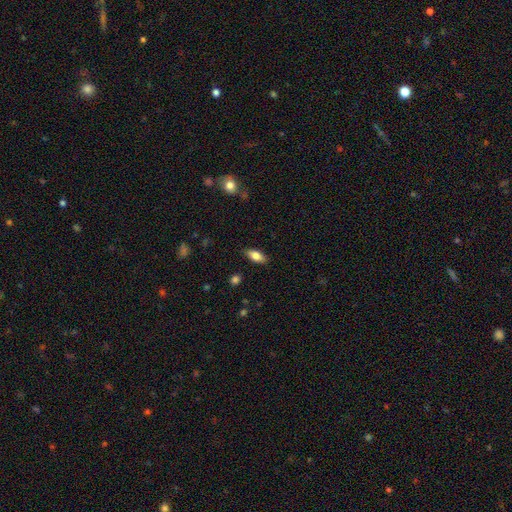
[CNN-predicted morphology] This appears to be a smooth galaxy with no disk features (76%) that is in between round and cigar-shaped (83%). Merging: none (87%).